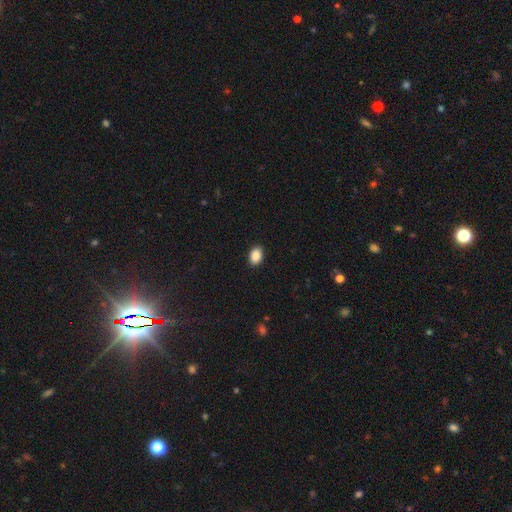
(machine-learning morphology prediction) A smooth galaxy with no disk features (89%) that is in between round and cigar-shaped (83%). Merging: none (90%).